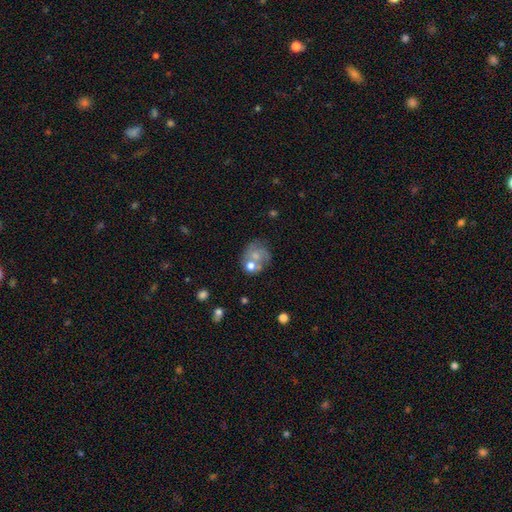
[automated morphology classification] A smooth galaxy with no disk features (55%) that is round (69%). Merging: none (37%).